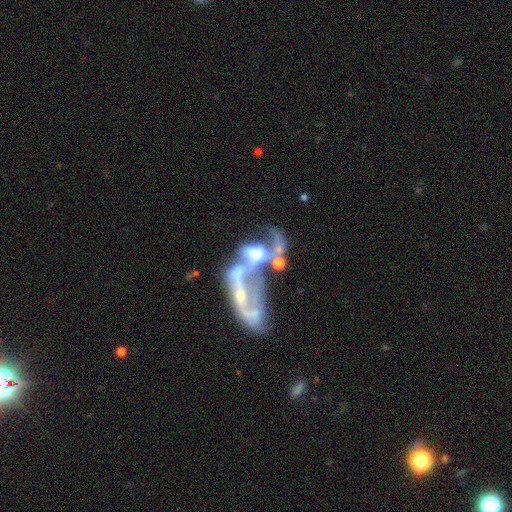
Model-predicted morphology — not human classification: smooth-or-featured: featured or disk: 69% | smooth: 19% | star or artifact: 12%
  disk-edge-on: no: 94% | yes: 6%
    bar: no: 65% | weak: 23% | strong: 12%
    has-spiral-arms: yes: 52% | no: 48%
    bulge-size: moderate: 42% | small: 24% | none: 20% | large: 11% | dominant: 3%
  merging: merger: 70% | major disturbance: 17% | none: 7% | minor disturbance: 5%